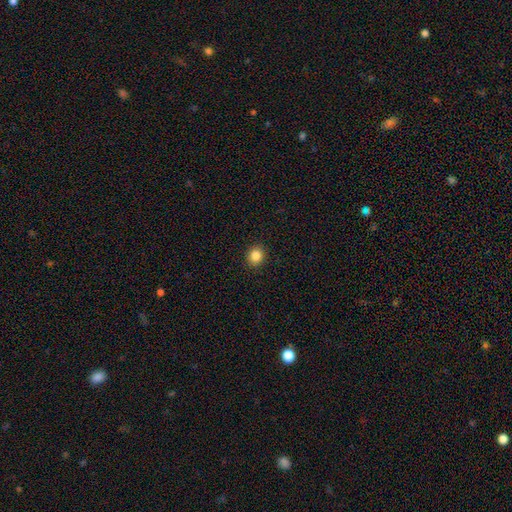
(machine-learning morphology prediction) Smooth or featured? smooth (85%)
How rounded? round (74%)
Merging? none (92%)